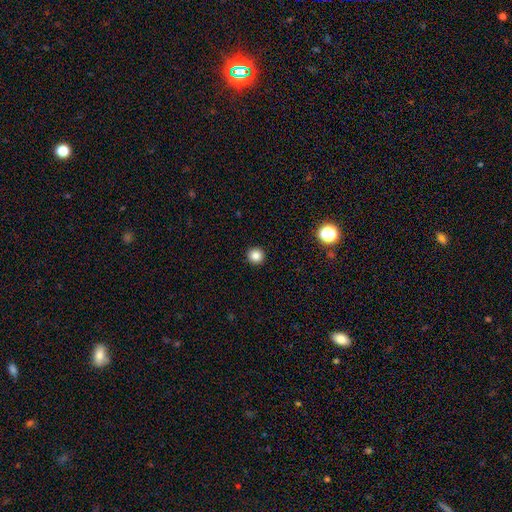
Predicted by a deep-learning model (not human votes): This is clearly a smooth galaxy (84%). How rounded: clearly round (95%). Merging: clearly none (93%).